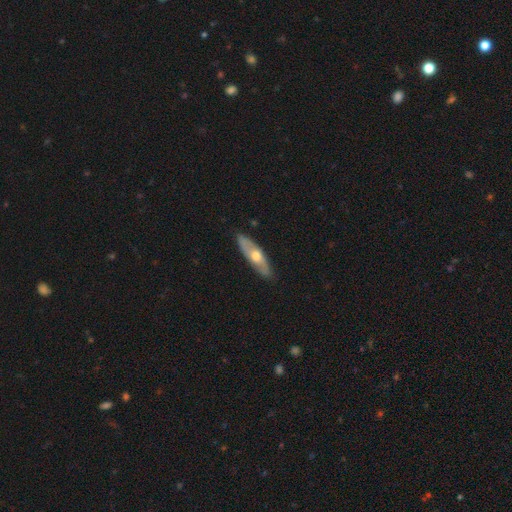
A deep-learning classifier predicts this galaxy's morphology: featured or disk 53%, smooth 42%, star or artifact 5%. Down the decision tree: edge-on disk — no (50%, tied with yes); merging — none (87%).